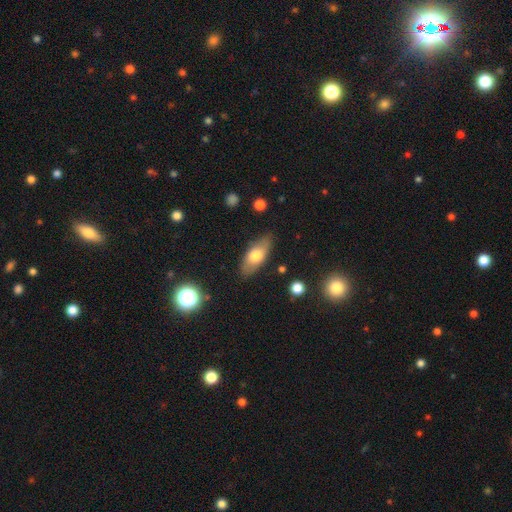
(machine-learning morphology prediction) type=smooth (68%); roundness=in between (81%); merging=none (81%).